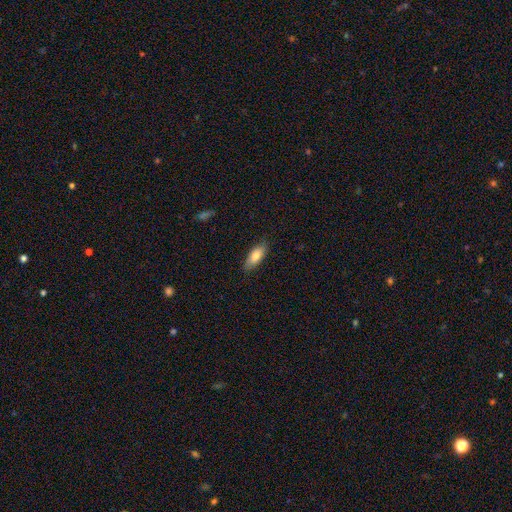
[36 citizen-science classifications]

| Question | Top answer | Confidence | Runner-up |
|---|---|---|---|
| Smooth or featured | smooth | 86% | featured or disk (11%) |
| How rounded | in between | 81% | cigar-shaped (16%) |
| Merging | none | 83% | minor disturbance (11%) |